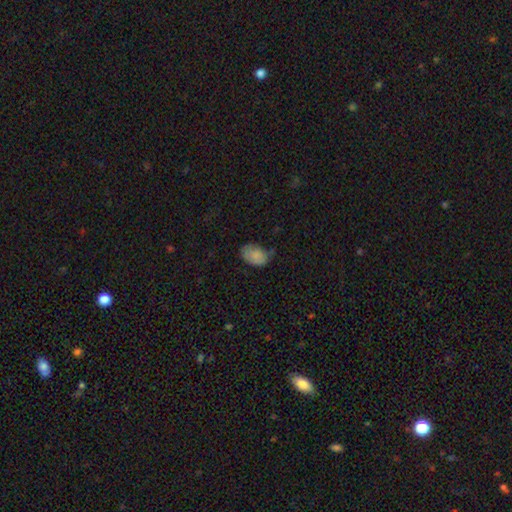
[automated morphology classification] This appears to be a smooth galaxy with no disk features (81%) that is in between round and cigar-shaped (87%). Merging: none (51%).